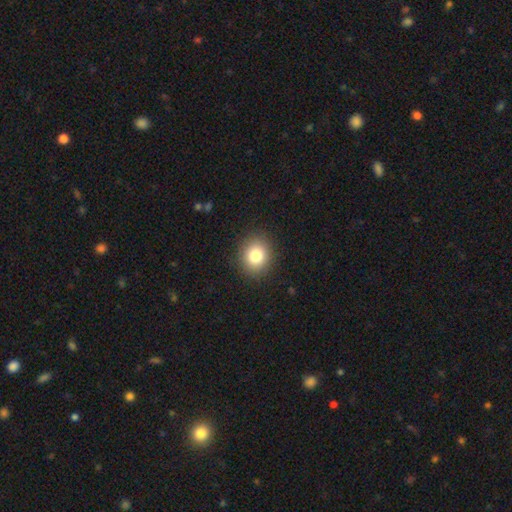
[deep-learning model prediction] Overall: smooth (82%). How rounded: round (75%). Merging: none (90%).